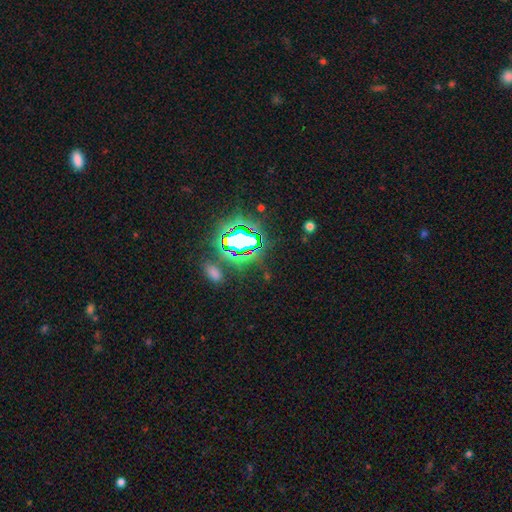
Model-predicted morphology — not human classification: smooth-or-featured: star or artifact: 78% | smooth: 13% | featured or disk: 9%